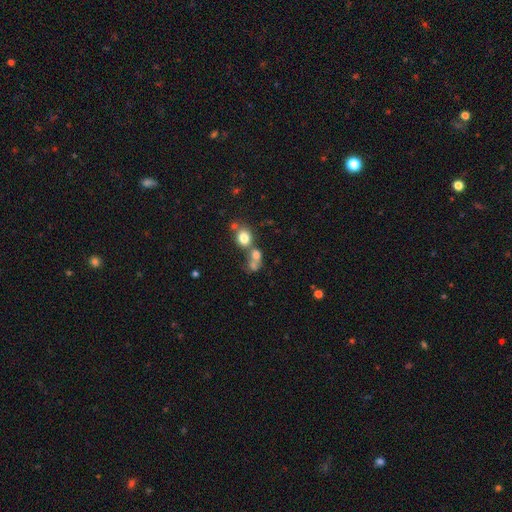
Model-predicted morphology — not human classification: Q: Smooth or featured?
A: smooth (71%); runner-up: featured or disk (15%)
Q: How rounded?
A: round (56%); runner-up: in between (42%)
Q: Merging?
A: merger (49%); runner-up: none (34%)